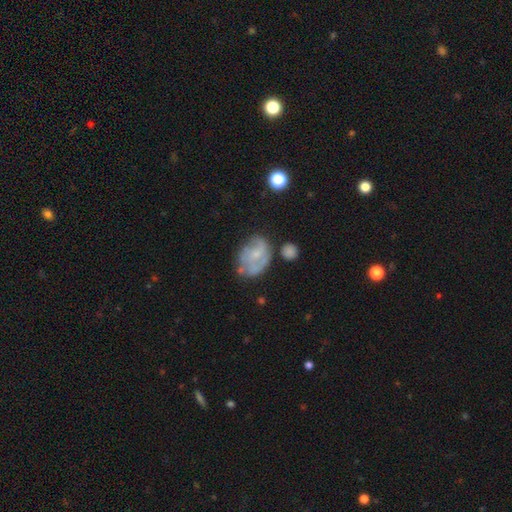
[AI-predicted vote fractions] Overall: featured or disk (55%; smooth 36%). Edge-on disk: no (97%). Bar: no (70%). Spiral arms: yes (54%; no 46%). Bulge size: small (52%; moderate 26%). Merging: none (43%; minor disturbance 28%).